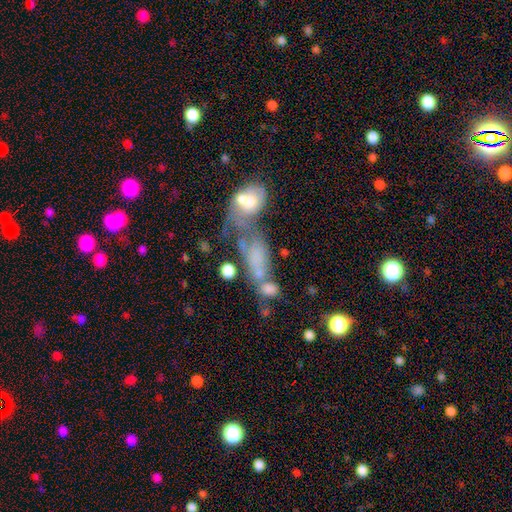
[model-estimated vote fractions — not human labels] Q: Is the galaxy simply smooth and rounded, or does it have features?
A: smooth — 54%.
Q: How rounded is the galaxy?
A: in between — 75%.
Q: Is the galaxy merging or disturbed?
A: merger — 57%.